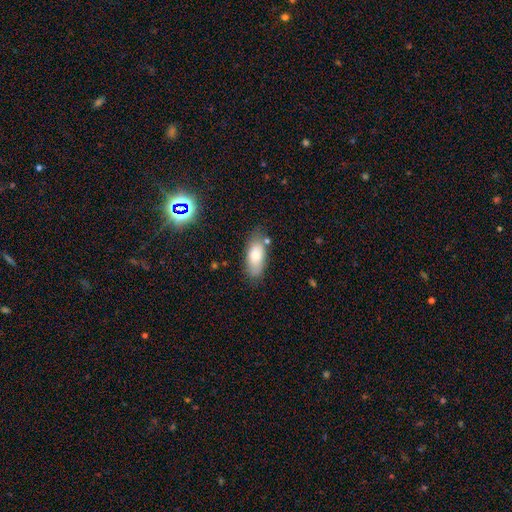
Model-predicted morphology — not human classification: smooth_or_featured: smooth (p=0.77) [alt: featured or disk p=0.15]
how_rounded: in between (p=0.87) [alt: cigar-shaped p=0.10]
merging: none (p=0.70) [alt: minor disturbance p=0.20]